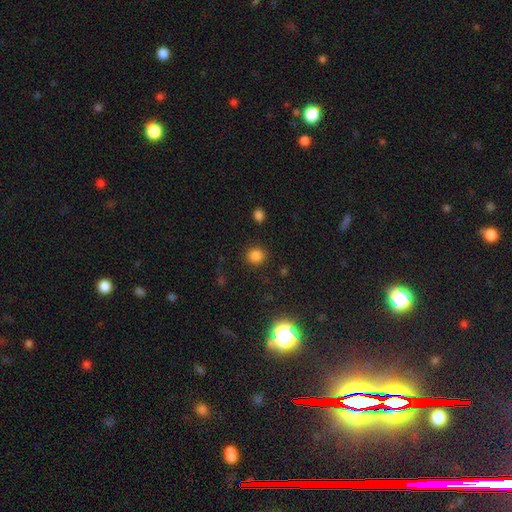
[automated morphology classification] smooth 82%, star or artifact 14%, featured or disk 4%. Down the decision tree: how rounded — round (87%); merging — none (89%).